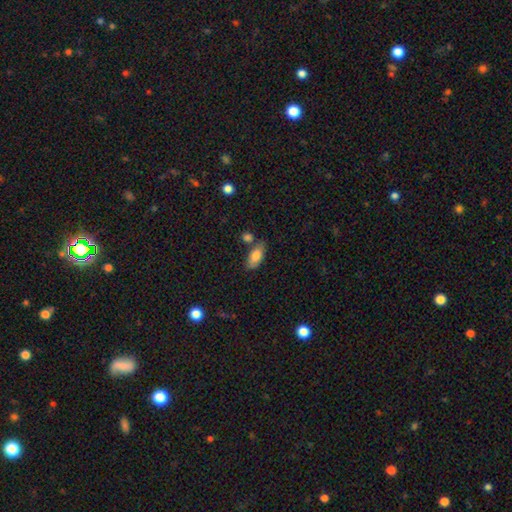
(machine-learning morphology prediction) Overall: smooth (80%). How rounded: in between (87%). Merging: none (66%).